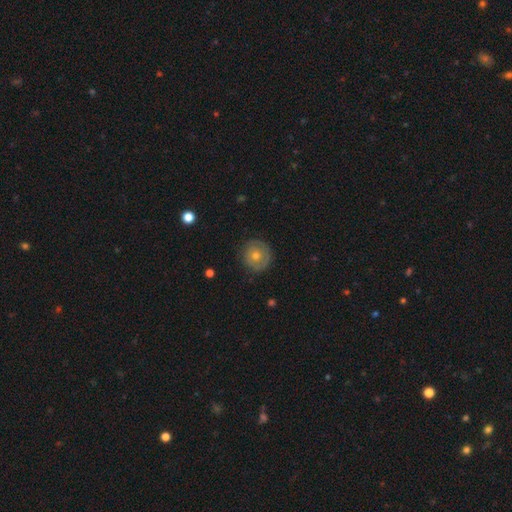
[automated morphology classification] smooth-or-featured: featured or disk: 49% | smooth: 42% | star or artifact: 9%
  merging: none: 84% | minor disturbance: 12% | major disturbance: 3% | merger: 1%